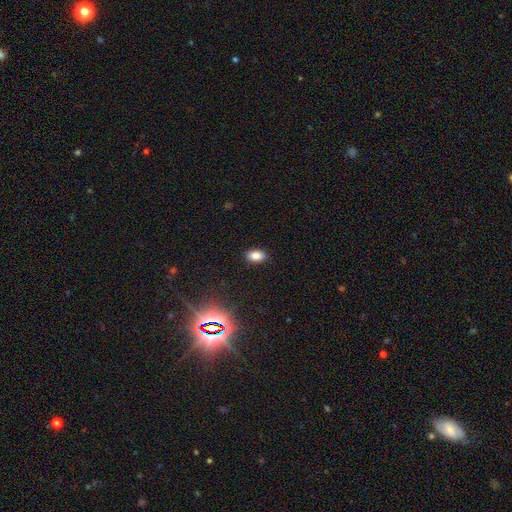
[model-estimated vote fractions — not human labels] A smooth galaxy with no disk features (82%) that is in between round and cigar-shaped (87%). Merging: none (88%).